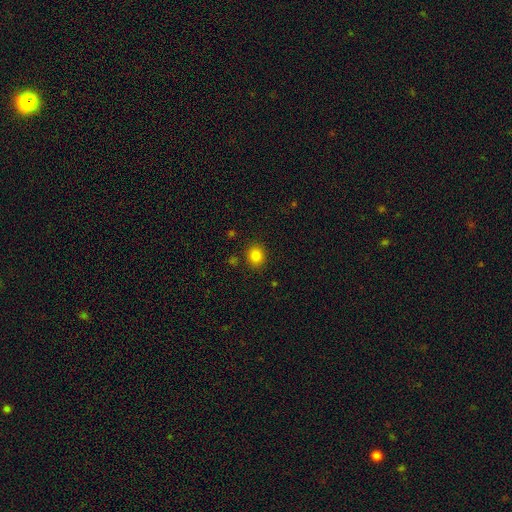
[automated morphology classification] type=smooth (83%); roundness=round (74%); merging=none (87%).